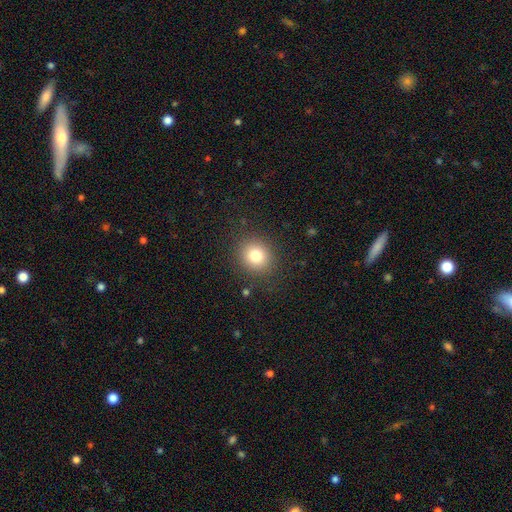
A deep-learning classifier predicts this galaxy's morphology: smooth_or_featured: smooth (p=0.79) [alt: star or artifact p=0.12]
how_rounded: round (p=0.83) [alt: in between p=0.16]
merging: none (p=0.88) [alt: minor disturbance p=0.08]